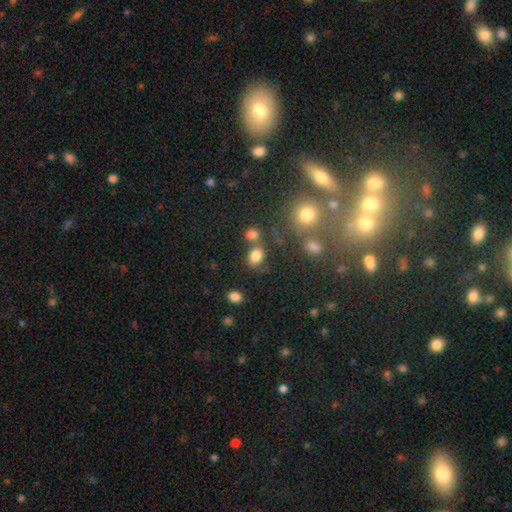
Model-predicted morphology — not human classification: smooth-or-featured: smooth: 80% | star or artifact: 12% | featured or disk: 7%
  how-rounded: in between: 61% | round: 38% | cigar-shaped: 1%
  merging: none: 60% | merger: 20% | minor disturbance: 14% | major disturbance: 6%